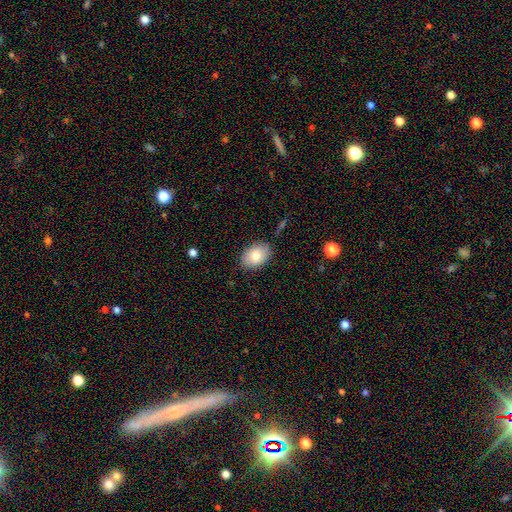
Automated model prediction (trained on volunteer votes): This appears to be a smooth galaxy with no disk features (80%) that is in between round and cigar-shaped (84%). Merging: none (83%).